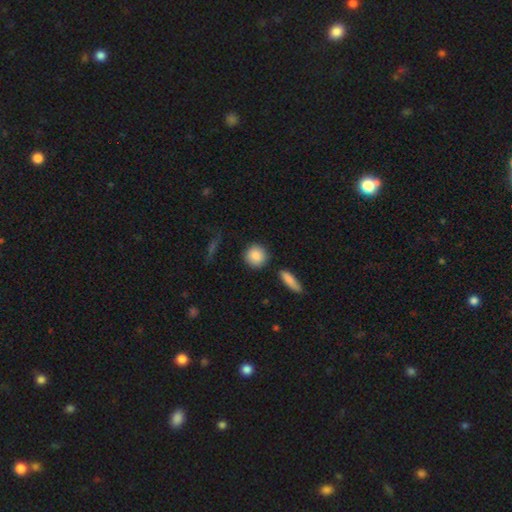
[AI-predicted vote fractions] Smooth or featured?
  - smooth: 88% *
  - star or artifact: 7%
  - featured or disk: 5%
How rounded?
  - round: 88% *
  - in between: 10%
  - cigar-shaped: 2%
Merging?
  - none: 84% *
  - minor disturbance: 8%
  - merger: 5%
  - major disturbance: 3%